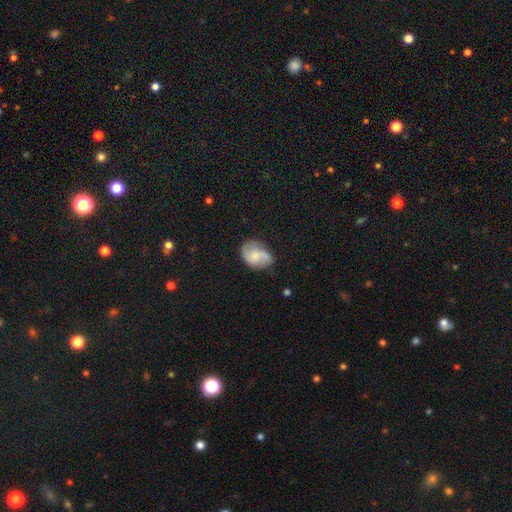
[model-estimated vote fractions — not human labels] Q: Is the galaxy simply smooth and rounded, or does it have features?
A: featured or disk — 49%.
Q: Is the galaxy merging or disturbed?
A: none — 57%.